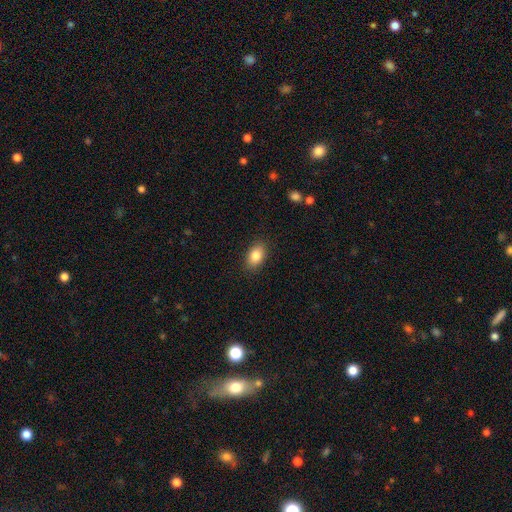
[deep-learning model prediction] smooth_or_featured: smooth (p=0.85) [alt: star or artifact p=0.08]
how_rounded: in between (p=0.89) [alt: round p=0.09]
merging: none (p=0.88) [alt: minor disturbance p=0.09]